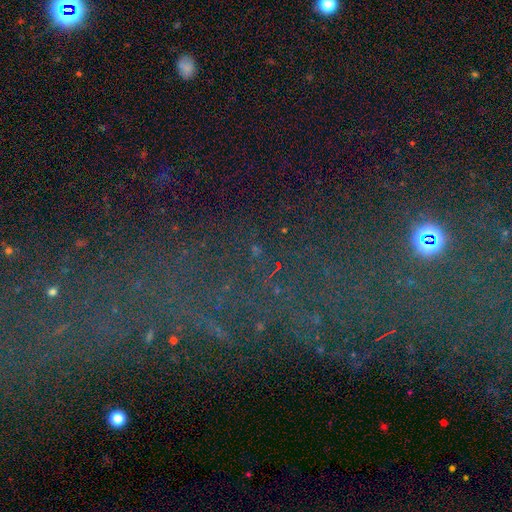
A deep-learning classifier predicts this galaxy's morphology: Q: Smooth or featured?
A: star or artifact (71%); runner-up: smooth (16%)